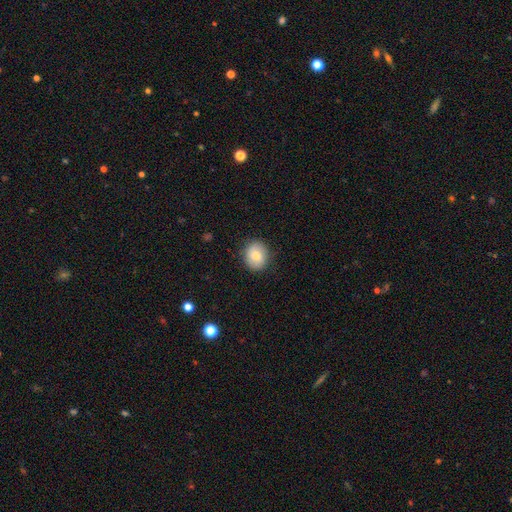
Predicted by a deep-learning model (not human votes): smooth-or-featured: smooth: 75% | featured or disk: 17% | star or artifact: 9%
  how-rounded: round: 71% | in between: 28% | cigar-shaped: 1%
  merging: none: 87% | minor disturbance: 10% | major disturbance: 3% | merger: 1%